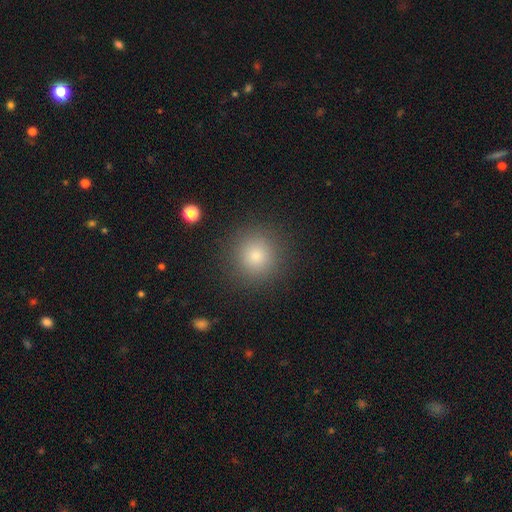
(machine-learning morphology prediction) Smooth or featured? Predicted: smooth (p=0.79). How rounded? Predicted: round (p=0.92). Merging? Predicted: none (p=0.90).